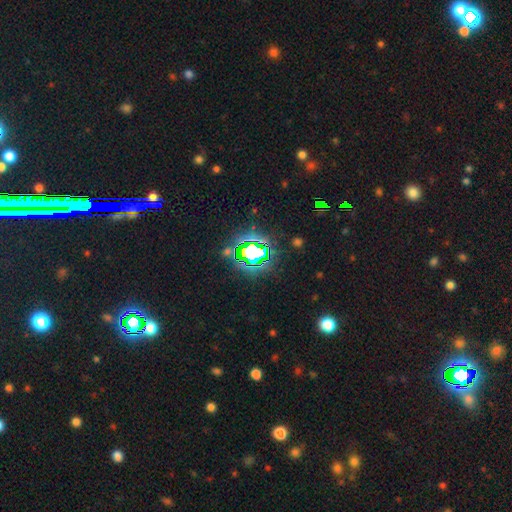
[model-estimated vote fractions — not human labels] smooth-or-featured: star or artifact: 72% | smooth: 17% | featured or disk: 12%